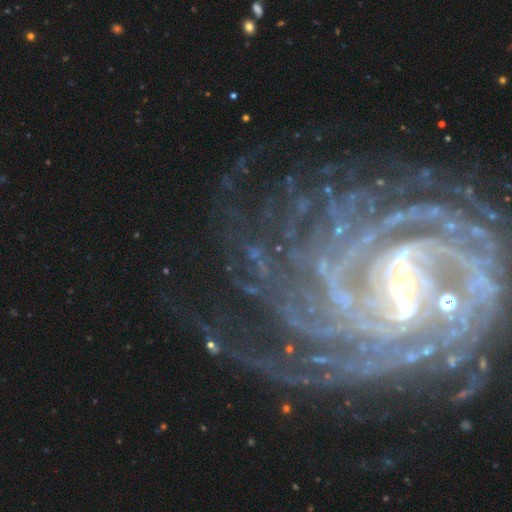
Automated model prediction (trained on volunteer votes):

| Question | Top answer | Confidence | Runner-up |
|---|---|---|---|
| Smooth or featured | featured or disk | 89% | star or artifact (7%) |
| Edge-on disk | no | 97% | yes (3%) |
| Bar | strong | 47% | weak (37%) |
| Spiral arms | yes | 97% | no (3%) |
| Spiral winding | tight | 68% | medium (25%) |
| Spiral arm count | more than 4 | 30% | can't tell (21%) |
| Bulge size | small | 66% | moderate (25%) |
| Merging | none | 69% | minor disturbance (15%) |